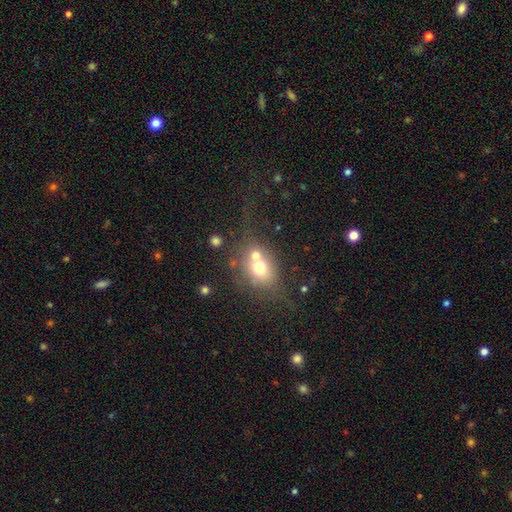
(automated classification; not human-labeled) Overall: smooth (64%). How rounded: round (52%; in between 46%). Merging: merger (48%; none 33%).